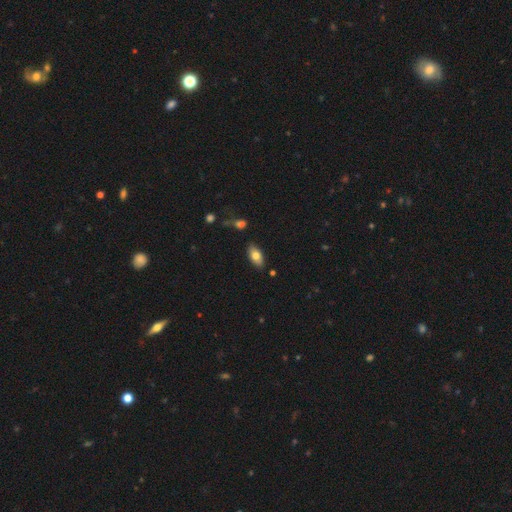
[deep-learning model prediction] smooth-or-featured: smooth: 75% | featured or disk: 19% | star or artifact: 7%
  how-rounded: in between: 90% | cigar-shaped: 7% | round: 3%
  merging: none: 84% | minor disturbance: 11% | merger: 3% | major disturbance: 2%